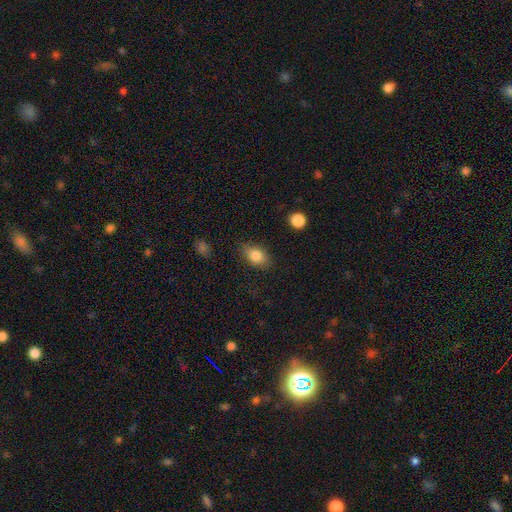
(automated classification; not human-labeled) smooth-or-featured: smooth: 84% | star or artifact: 9% | featured or disk: 8%
  how-rounded: in between: 78% | round: 20% | cigar-shaped: 2%
  merging: none: 77% | minor disturbance: 17% | major disturbance: 5% | merger: 2%